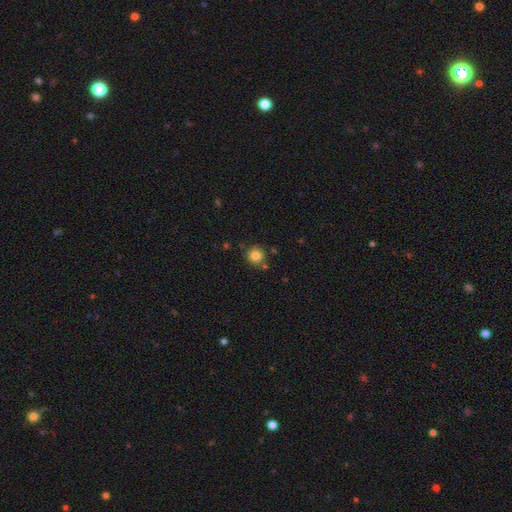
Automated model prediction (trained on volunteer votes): The model was most divided on "smooth or featured": smooth: 81%, star or artifact: 11%, featured or disk: 8%. More confident: how rounded — round (94%); merging — none (82%).